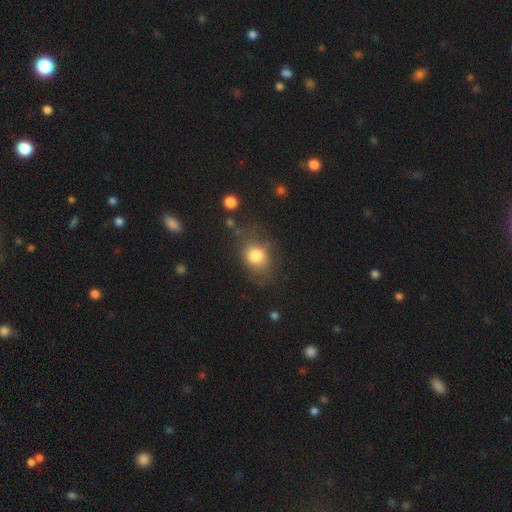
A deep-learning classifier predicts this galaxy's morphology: Smooth or featured? smooth (79%)
How rounded? in between (52%)
Merging? none (61%)